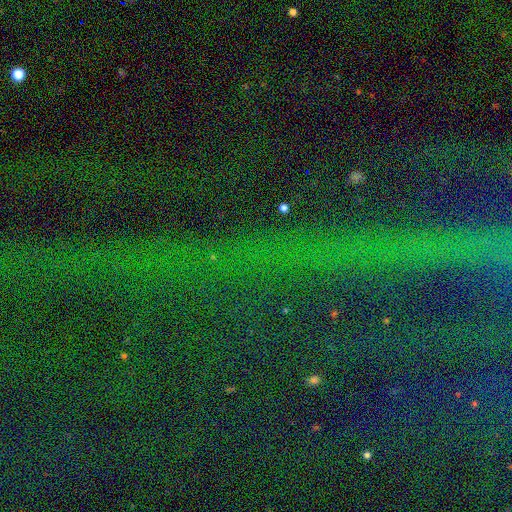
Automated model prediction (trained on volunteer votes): star or artifact 83%, featured or disk 9%, smooth 8%.